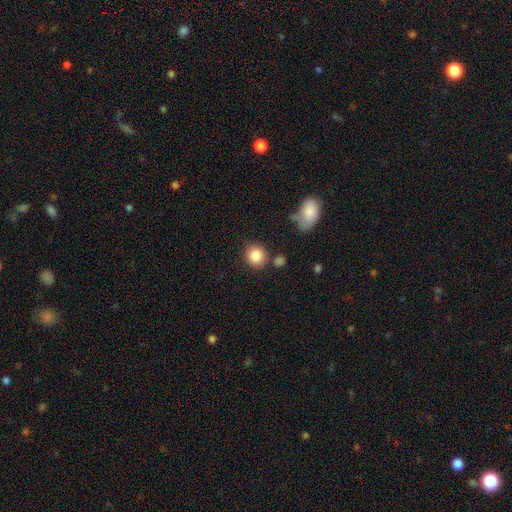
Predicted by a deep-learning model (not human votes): Smooth or featured: smooth — 85% (star or artifact — 9%)
How rounded: round — 85% (in between — 14%)
Merging: none — 77% (minor disturbance — 11%)